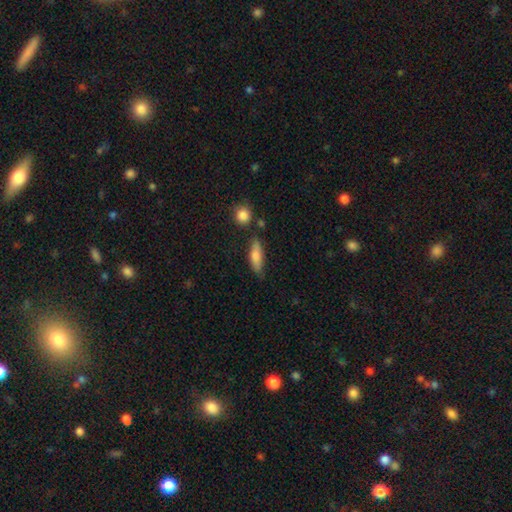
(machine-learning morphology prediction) A smooth galaxy with no disk features (73%) that is in between round and cigar-shaped (49%). Merging: none (74%).